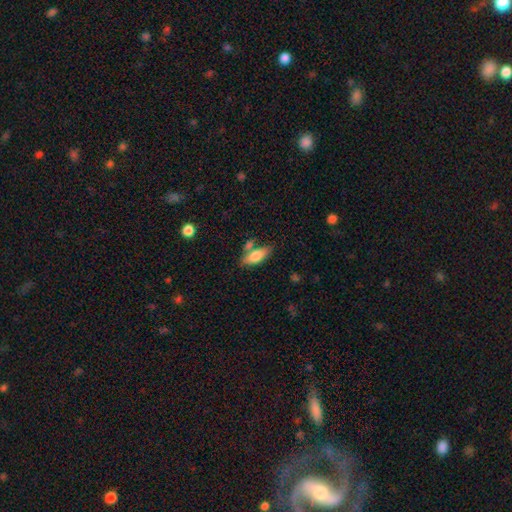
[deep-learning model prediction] Smooth or featured: smooth — 78% (featured or disk — 16%)
How rounded: in between — 79% (cigar-shaped — 18%)
Merging: none — 65% (merger — 17%)